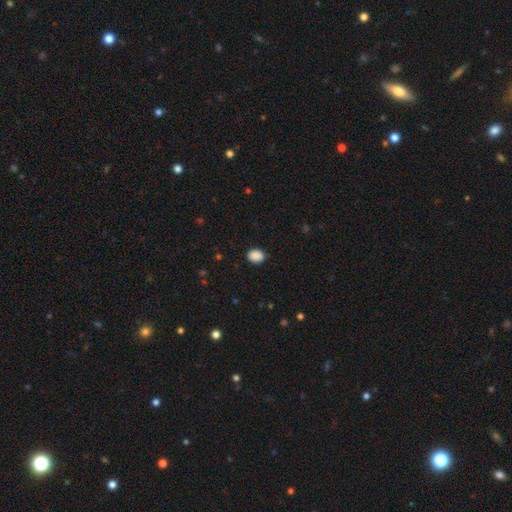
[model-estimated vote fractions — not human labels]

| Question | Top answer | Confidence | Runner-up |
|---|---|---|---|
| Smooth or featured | smooth | 89% | star or artifact (8%) |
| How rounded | in between | 58% | round (41%) |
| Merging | none | 86% | minor disturbance (10%) |